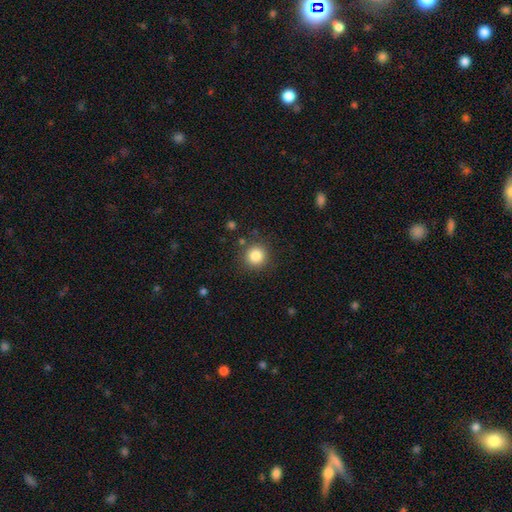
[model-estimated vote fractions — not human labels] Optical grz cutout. It shows a smooth galaxy with no disk features (84%) that is round (93%). Merging: none (87%).